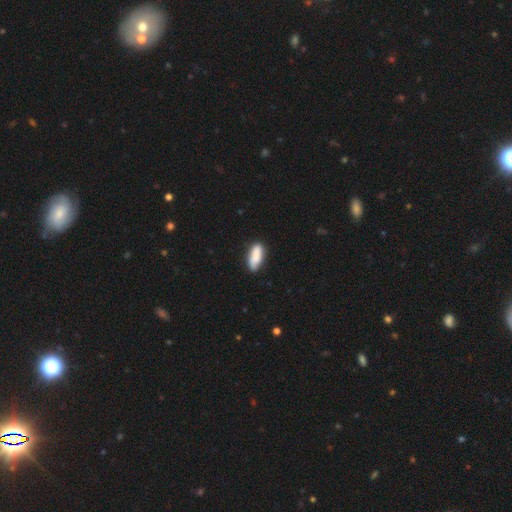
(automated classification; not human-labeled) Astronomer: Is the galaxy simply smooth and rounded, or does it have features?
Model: smooth — 86%.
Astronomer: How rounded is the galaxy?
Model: in between — 76%.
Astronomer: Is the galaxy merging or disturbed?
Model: none — 77%.